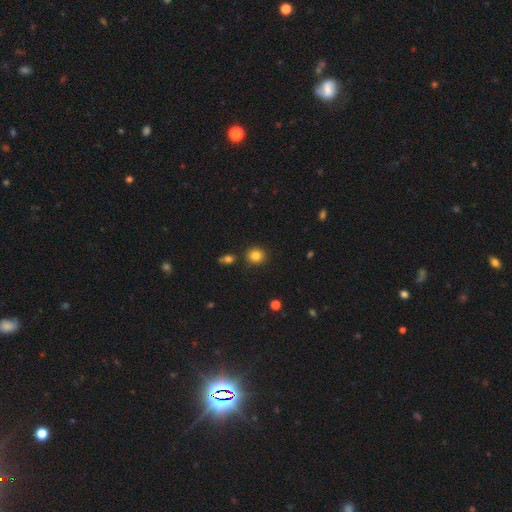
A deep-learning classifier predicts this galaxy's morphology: smooth 83%, star or artifact 11%, featured or disk 6%. Down the decision tree: how rounded — round (84%); merging — none (87%).